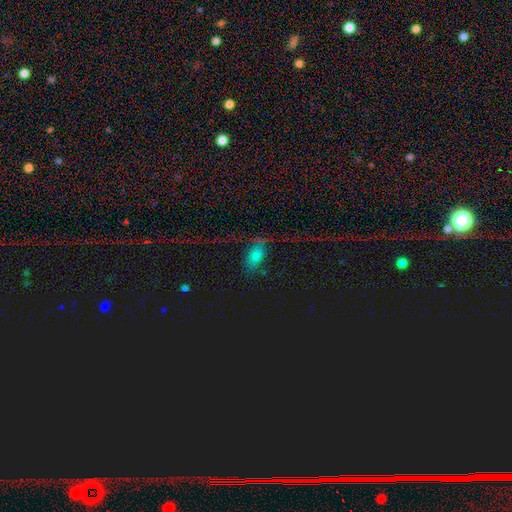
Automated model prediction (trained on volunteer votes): Morphology: type=smooth (66%); roundness=in between (85%); merging=none (61%).